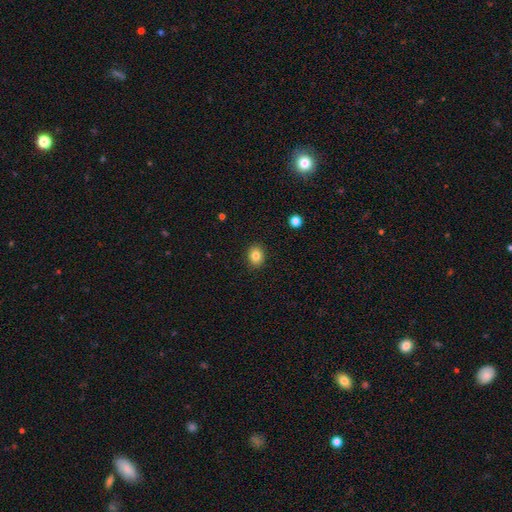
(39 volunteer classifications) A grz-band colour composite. It shows a smooth galaxy with no disk features (85%) that is in between round and cigar-shaped (52%). Merging: none (100%).